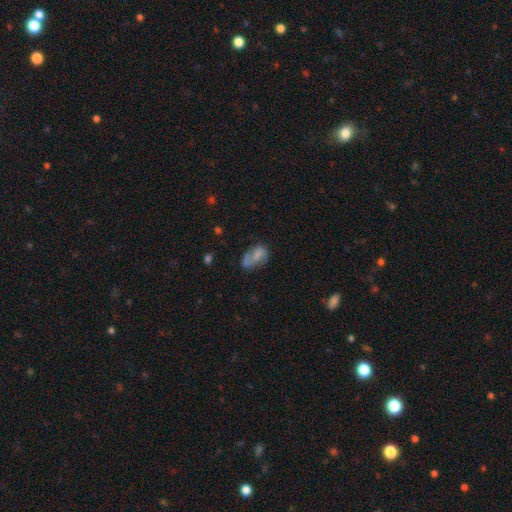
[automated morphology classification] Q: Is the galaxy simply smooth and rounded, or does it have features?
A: smooth — 56%.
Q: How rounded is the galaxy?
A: in between — 86%.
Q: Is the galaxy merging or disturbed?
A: none — 39%.